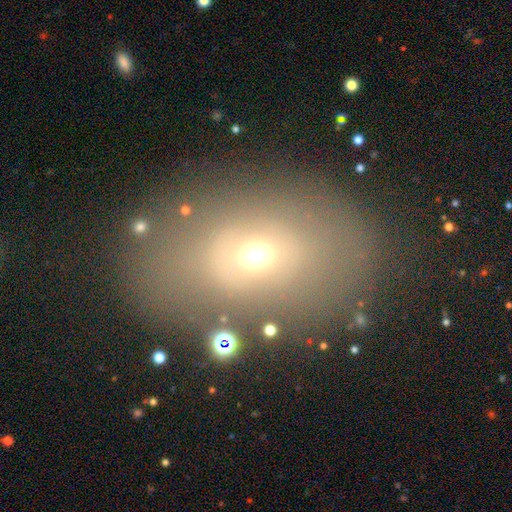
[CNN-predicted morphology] Overall: smooth (59%; featured or disk 22%). How rounded: in between (77%). Merging: none (61%).